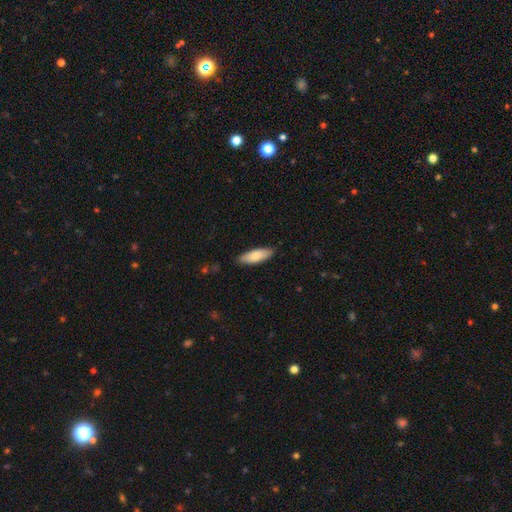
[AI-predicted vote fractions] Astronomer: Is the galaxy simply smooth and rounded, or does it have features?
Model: smooth — 79%.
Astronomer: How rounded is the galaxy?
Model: in between — 65%.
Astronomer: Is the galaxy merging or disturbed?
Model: none — 85%.